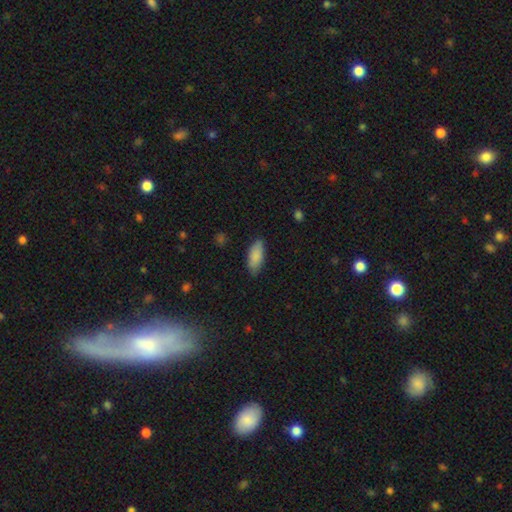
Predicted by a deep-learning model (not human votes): Overall: smooth (87%). How rounded: in between (78%). Merging: none (83%).